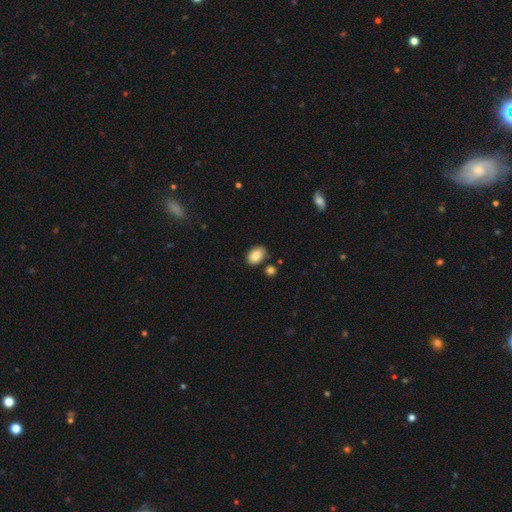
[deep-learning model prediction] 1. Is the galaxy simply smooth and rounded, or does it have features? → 87% smooth, 8% star or artifact, 5% featured or disk.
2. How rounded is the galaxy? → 83% in between, 16% round, 1% cigar-shaped.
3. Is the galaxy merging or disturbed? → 73% none, 16% minor disturbance, 7% merger, 4% major disturbance.